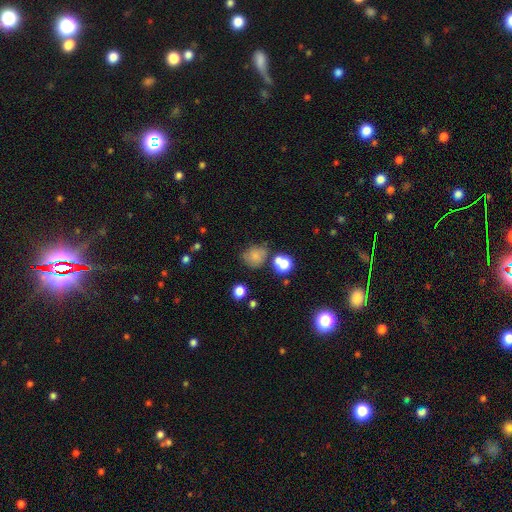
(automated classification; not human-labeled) Smooth or featured: smooth — 73% (star or artifact — 16%)
How rounded: round — 72% (in between — 27%)
Merging: none — 58% (minor disturbance — 21%)